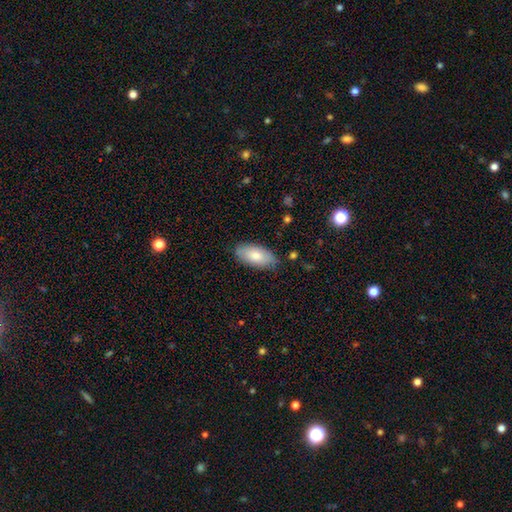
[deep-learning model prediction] Morphology: type=smooth (80%); roundness=in between (93%); merging=none (81%).